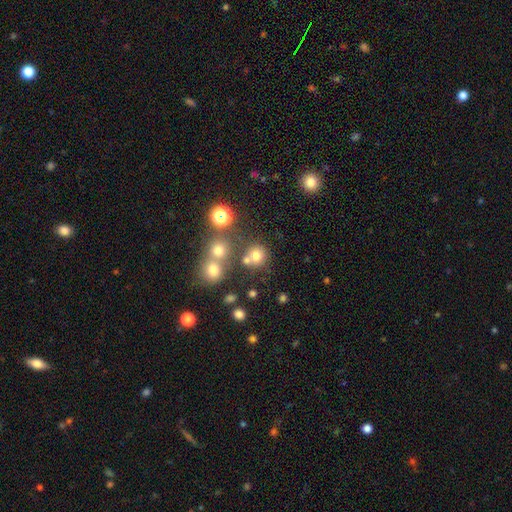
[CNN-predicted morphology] Smooth or featured: smooth — 72% (star or artifact — 19%)
How rounded: round — 89% (in between — 10%)
Merging: none — 66% (merger — 21%)